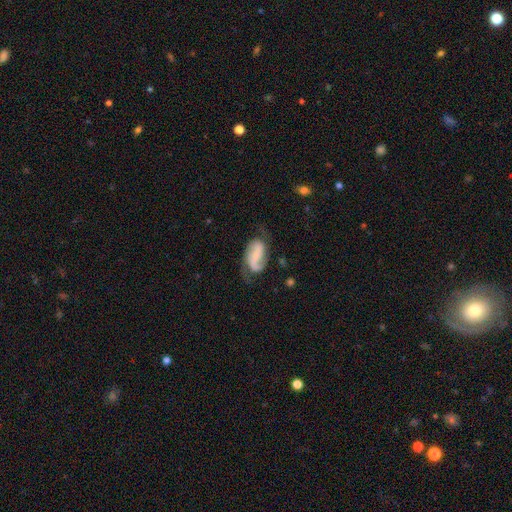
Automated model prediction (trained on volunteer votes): Q: Smooth or featured?
A: featured or disk (72%); runner-up: smooth (22%)
Q: Edge-on disk?
A: no (97%); runner-up: yes (3%)
Q: Bar?
A: weak (37%); runner-up: no (35%)
Q: Spiral arms?
A: yes (92%); runner-up: no (8%)
Q: Spiral winding?
A: medium (41%); runner-up: loose (40%)
Q: Spiral arm count?
A: 2 (76%); runner-up: 1 (16%)
Q: Bulge size?
A: small (42%); runner-up: none (35%)
Q: Merging?
A: none (51%); runner-up: minor disturbance (26%)